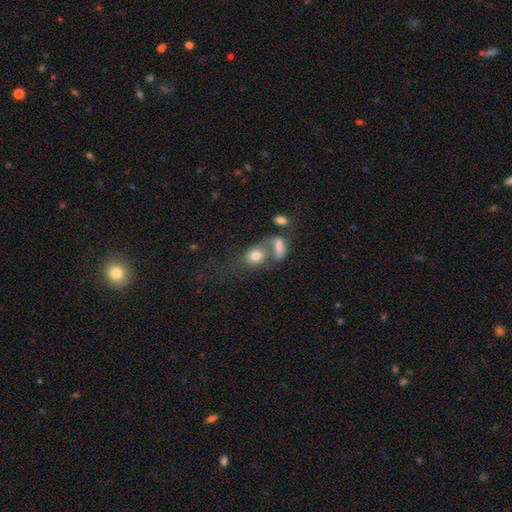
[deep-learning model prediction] smooth-or-featured: smooth: 76% | featured or disk: 14% | star or artifact: 10%
  how-rounded: in between: 58% | round: 39% | cigar-shaped: 3%
  merging: merger: 46% | none: 29% | major disturbance: 14% | minor disturbance: 12%